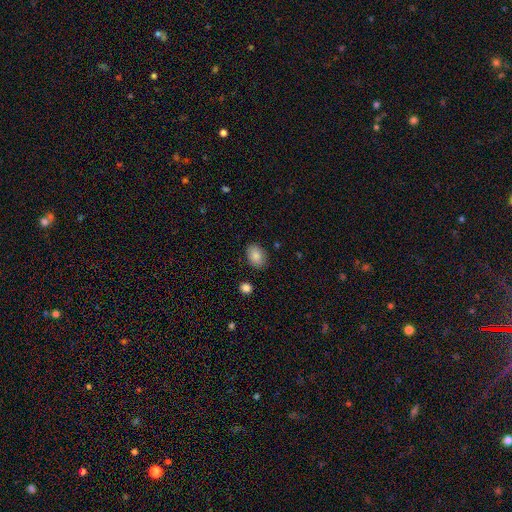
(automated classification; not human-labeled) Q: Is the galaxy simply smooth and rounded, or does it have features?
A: smooth — 86%.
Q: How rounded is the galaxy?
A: in between — 77%.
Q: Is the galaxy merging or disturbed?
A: none — 85%.